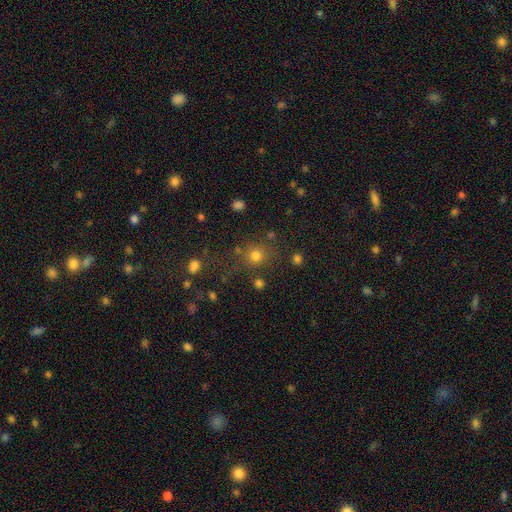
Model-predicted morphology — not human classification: Smooth or featured?
  - smooth: 76% *
  - star or artifact: 18%
  - featured or disk: 7%
How rounded?
  - round: 89% *
  - in between: 10%
  - cigar-shaped: 1%
Merging?
  - none: 75% *
  - minor disturbance: 10%
  - merger: 9%
  - major disturbance: 6%